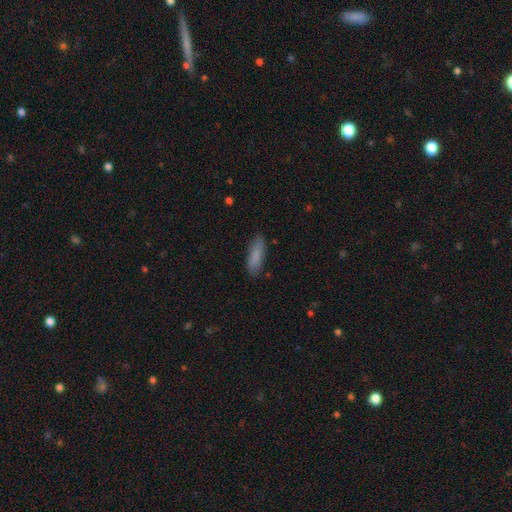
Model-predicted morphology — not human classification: A smooth galaxy with no disk features (85%) that is cigar-shaped (53%).

Vote fractions:
- Smooth or featured? smooth: 85% / featured or disk: 9% / star or artifact: 7%
- How rounded? cigar-shaped: 53% / in between: 46% / round: 2%
- Merging? none: 84% / minor disturbance: 13% / major disturbance: 3% / merger: 1%